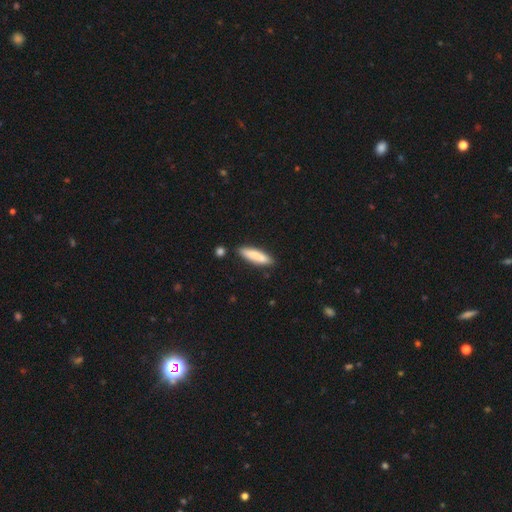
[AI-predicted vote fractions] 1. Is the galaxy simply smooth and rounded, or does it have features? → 82% smooth, 12% featured or disk, 6% star or artifact.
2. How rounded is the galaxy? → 71% cigar-shaped, 27% in between, 1% round.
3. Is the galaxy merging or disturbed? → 81% none, 12% minor disturbance, 5% merger, 2% major disturbance.